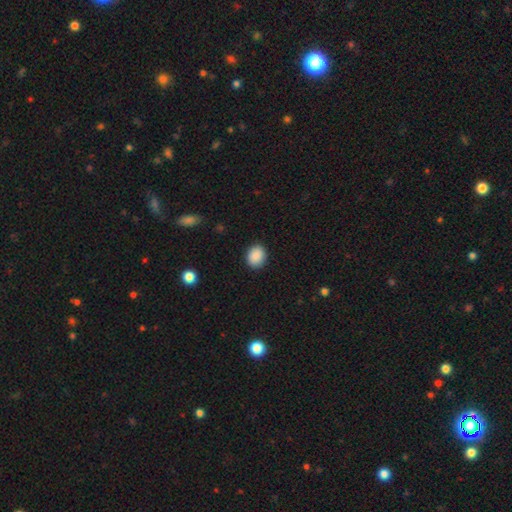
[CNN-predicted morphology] This appears to be a smooth galaxy with no disk features (89%) that is round (54%). Merging: none (89%).